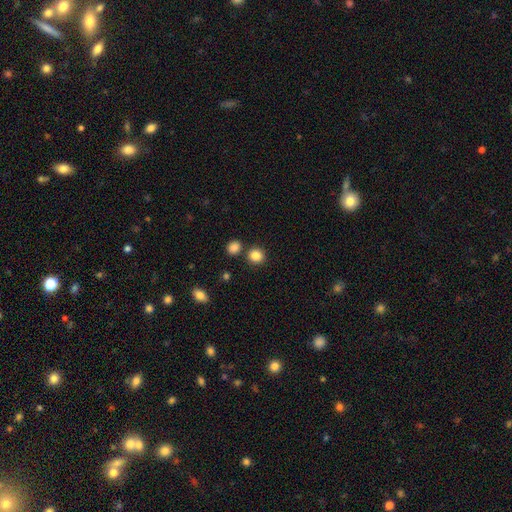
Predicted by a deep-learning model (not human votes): smooth_or_featured: smooth (p=0.86) [alt: star or artifact p=0.10]
how_rounded: round (p=0.87) [alt: in between p=0.12]
merging: none (p=0.81) [alt: merger p=0.10]